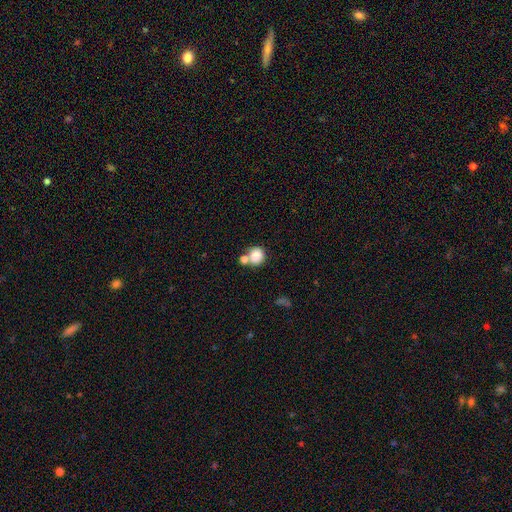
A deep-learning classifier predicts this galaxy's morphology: smooth_or_featured: smooth (p=0.85) [alt: star or artifact p=0.09]
how_rounded: round (p=0.87) [alt: in between p=0.12]
merging: none (p=0.52) [alt: merger p=0.34]